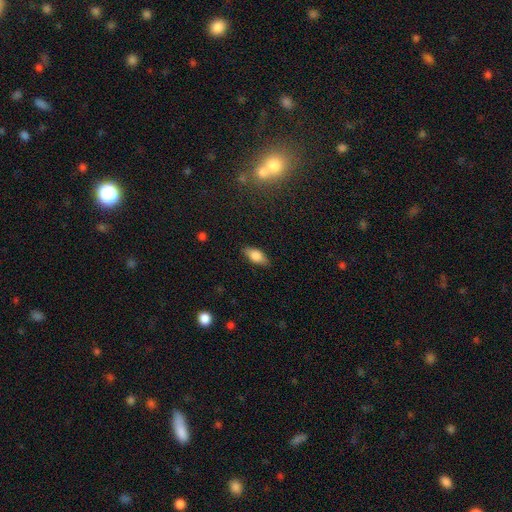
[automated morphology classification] A smooth galaxy with no disk features (78%) that is in between round and cigar-shaped (85%). Merging: none (86%).